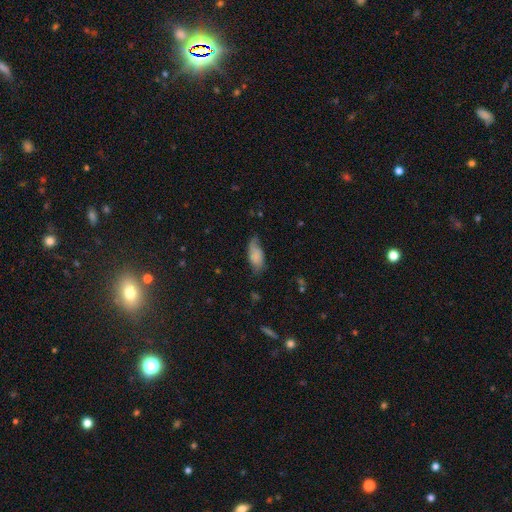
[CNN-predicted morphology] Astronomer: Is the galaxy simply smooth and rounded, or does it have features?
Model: smooth — 77%.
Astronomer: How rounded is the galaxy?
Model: in between — 87%.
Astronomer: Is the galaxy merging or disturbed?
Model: none — 54% (runner-up: minor disturbance, 33%).